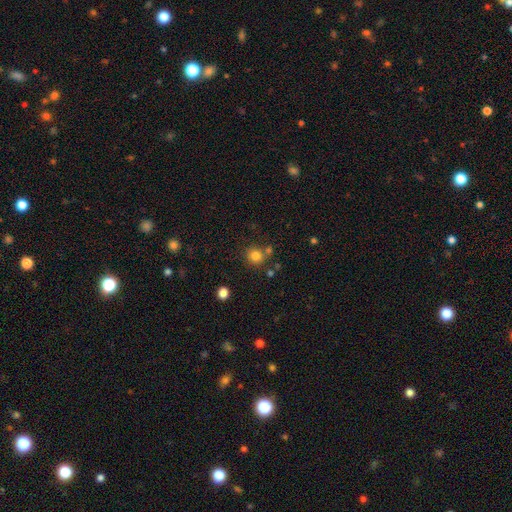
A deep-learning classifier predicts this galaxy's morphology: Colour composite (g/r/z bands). It shows a smooth galaxy with no disk features (80%) that is round (89%). Merging: none (73%).